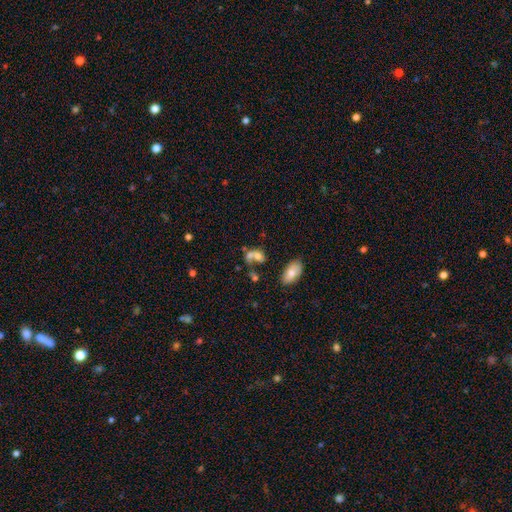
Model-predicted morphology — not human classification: A smooth galaxy with no disk features (67%) that is in between round and cigar-shaped (67%). Merging: merger (58%).